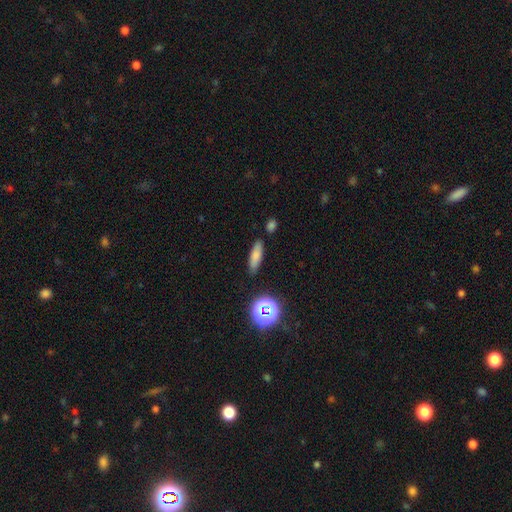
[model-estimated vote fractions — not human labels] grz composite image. It shows a smooth galaxy with no disk features (76%) that is cigar-shaped (54%). Merging: none (85%).